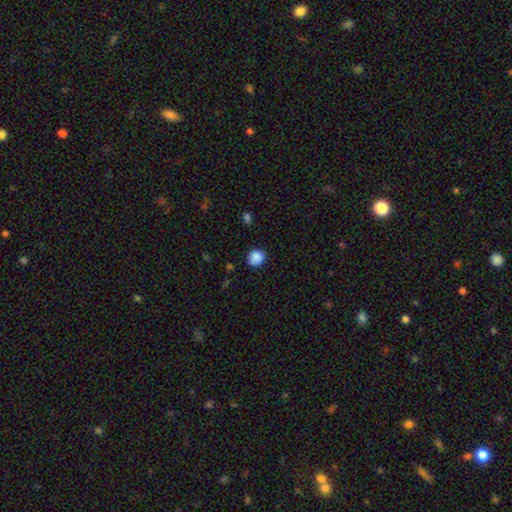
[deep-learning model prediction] smooth_or_featured: smooth (p=0.86) [alt: star or artifact p=0.09]
how_rounded: round (p=0.75) [alt: in between p=0.24]
merging: none (p=0.80) [alt: minor disturbance p=0.16]